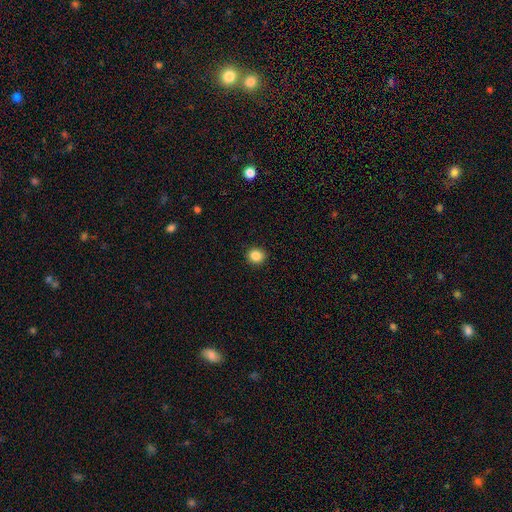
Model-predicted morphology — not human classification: A smooth galaxy with no disk features (86%) that is round (86%).

Vote fractions:
- Smooth or featured? smooth: 86% / star or artifact: 10% / featured or disk: 4%
- How rounded? round: 86% / in between: 13% / cigar-shaped: 1%
- Merging? none: 92% / minor disturbance: 5% / major disturbance: 2% / merger: 1%